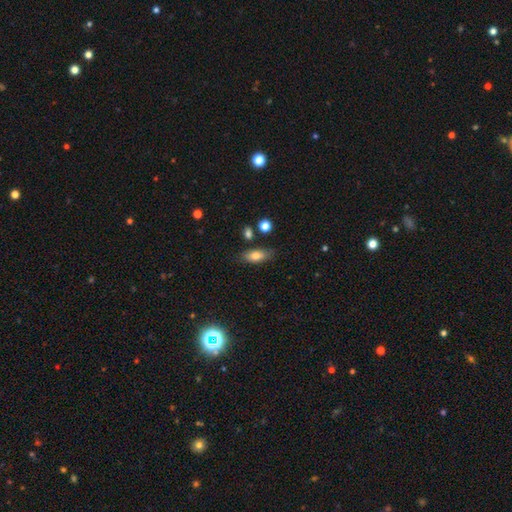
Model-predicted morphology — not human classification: This is likely a smooth galaxy (76%). How rounded: likely in between (79%). Merging: likely none (79%).